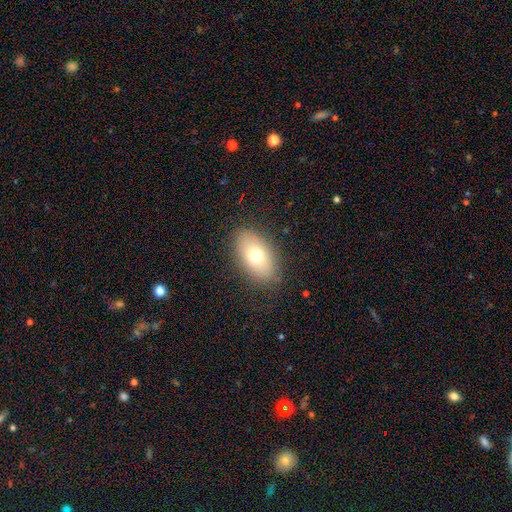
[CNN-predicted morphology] Smooth or featured? Predicted: smooth (p=0.73). How rounded? Predicted: in between (p=0.90). Merging? Predicted: none (p=0.85).